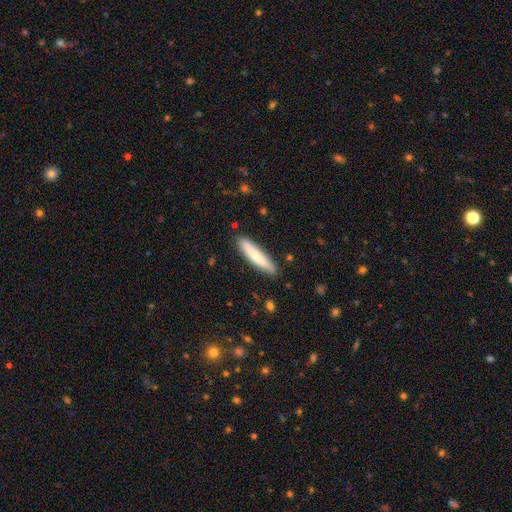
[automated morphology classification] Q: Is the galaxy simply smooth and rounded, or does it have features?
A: smooth — 75%.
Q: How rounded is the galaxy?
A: cigar-shaped — 84%.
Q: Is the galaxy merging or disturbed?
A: none — 87%.